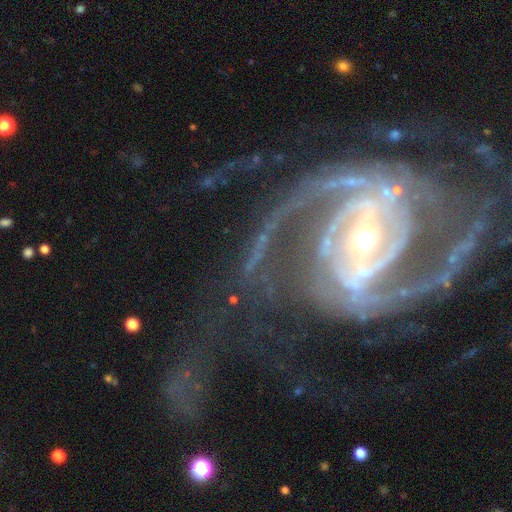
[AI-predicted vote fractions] Q: Smooth or featured?
A: featured or disk (88%); runner-up: star or artifact (7%)
Q: Edge-on disk?
A: no (97%); runner-up: yes (3%)
Q: Bar?
A: strong (43%); runner-up: weak (30%)
Q: Spiral arms?
A: yes (96%); runner-up: no (4%)
Q: Spiral winding?
A: medium (42%); runner-up: tight (41%)
Q: Spiral arm count?
A: 2 (45%); runner-up: 3 (16%)
Q: Bulge size?
A: small (47%); tied with: moderate (47%)
Q: Merging?
A: none (53%); runner-up: major disturbance (26%)